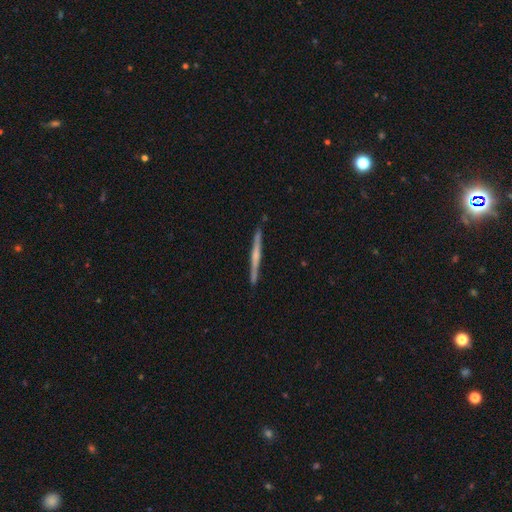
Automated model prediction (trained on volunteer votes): Morphology: type=featured or disk (68%); edge-on=yes (98%); edge-on bulge=rounded (49%); merging=none (91%).